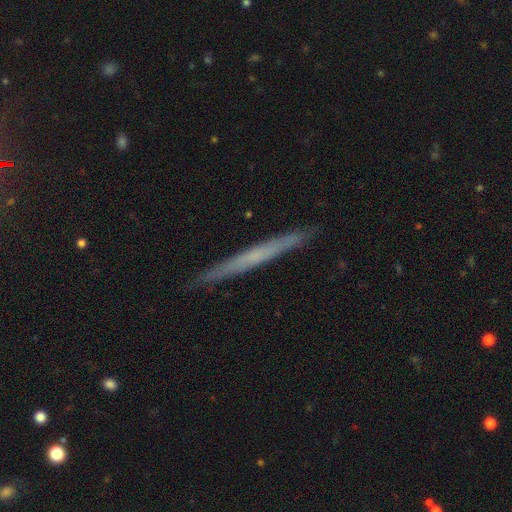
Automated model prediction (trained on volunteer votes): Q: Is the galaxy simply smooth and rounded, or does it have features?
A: featured or disk — 52%.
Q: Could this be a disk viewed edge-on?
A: yes — 97%.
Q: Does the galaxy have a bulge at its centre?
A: none — 84%.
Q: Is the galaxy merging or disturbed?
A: none — 91%.